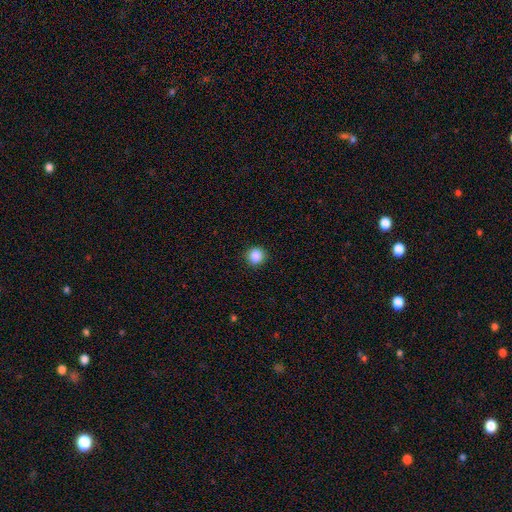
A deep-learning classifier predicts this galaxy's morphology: Q: Smooth or featured?
A: smooth (87%); runner-up: star or artifact (10%)
Q: How rounded?
A: round (89%); runner-up: in between (10%)
Q: Merging?
A: none (91%); runner-up: minor disturbance (6%)